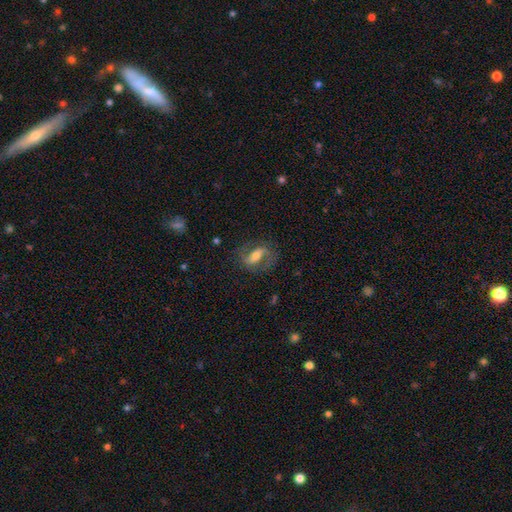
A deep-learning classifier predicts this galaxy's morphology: A featured or disk galaxy (67%) with a strong bar (42%), 2 (83%) medium (48%) spiral arms (85%) and a moderate central bulge (53%).

Vote fractions:
- Smooth or featured? featured or disk: 67% / smooth: 25% / star or artifact: 8%
- Edge-on disk? no: 94% / yes: 6%
- Bar? strong: 42% / weak: 37% / no: 21%
- Spiral arms? yes: 85% / no: 15%
- Spiral winding? medium: 48% / loose: 31% / tight: 21%
- Spiral arm count? 2: 83% / can't tell: 7% / 1: 7% / 3: 1% / 4: 1% / more than 4: 1%
- Bulge size? moderate: 53% / small: 29% / large: 13% / none: 4% / dominant: 2%
- Merging? none: 69% / minor disturbance: 17% / major disturbance: 13% / merger: 2%